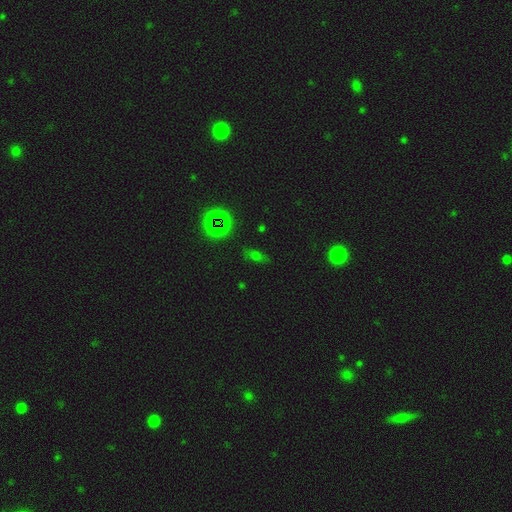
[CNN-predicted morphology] Smooth or featured? smooth (49%)
Merging? none (78%)